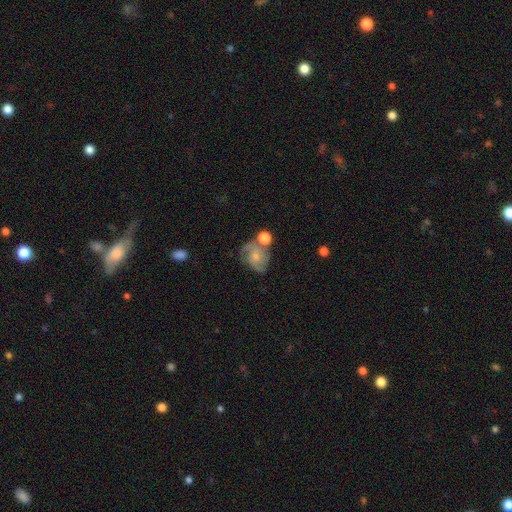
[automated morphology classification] Smooth or featured? Predicted: featured or disk (p=0.58). Edge-on disk? Predicted: no (p=0.97). Bar? Predicted: no (p=0.73). Spiral arms? Predicted: yes (p=0.85). Bulge size? Predicted: small (p=0.58). Merging? Predicted: none (p=0.45).